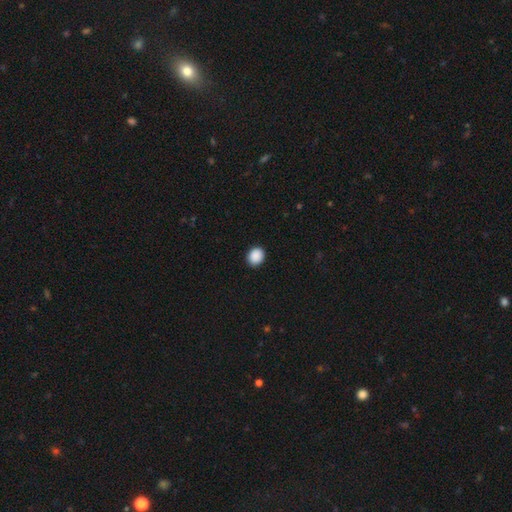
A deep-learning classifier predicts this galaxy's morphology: A smooth galaxy with no disk features (90%) that is round (69%). Merging: none (90%).